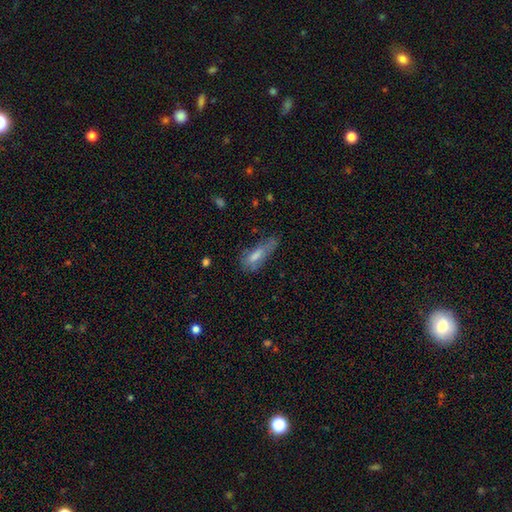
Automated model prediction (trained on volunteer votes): smooth_or_featured: smooth (p=0.59) [alt: featured or disk p=0.30]
how_rounded: in between (p=0.53) [alt: cigar-shaped p=0.44]
merging: none (p=0.43) [alt: minor disturbance p=0.33]